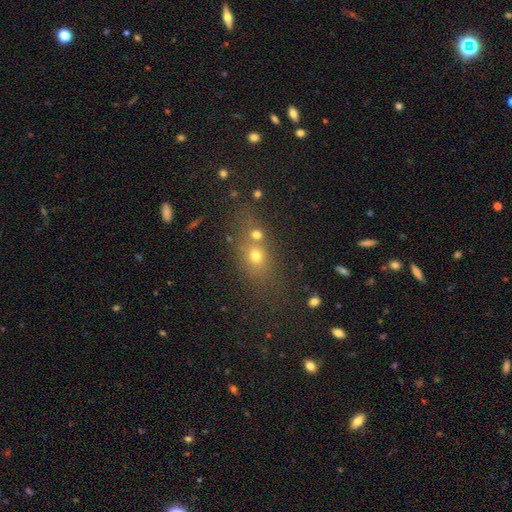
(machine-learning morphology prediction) The model was most divided on "how rounded": round: 50%, in between: 44%, cigar-shaped: 6%. Remaining: smooth or featured — smooth (61%); merging — none (49%).